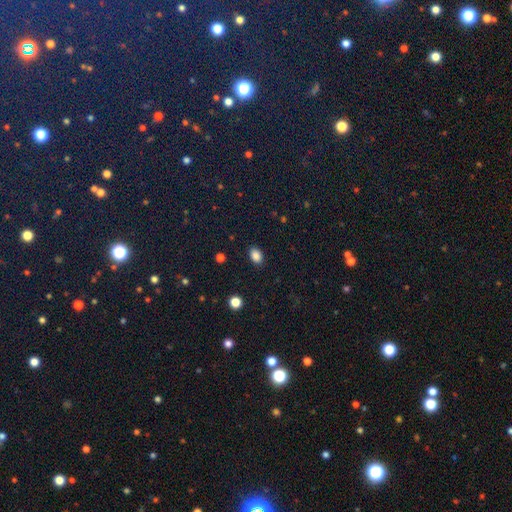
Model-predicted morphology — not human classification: This appears to be a smooth galaxy with no disk features (86%) that is in between round and cigar-shaped (78%). Merging: none (88%).